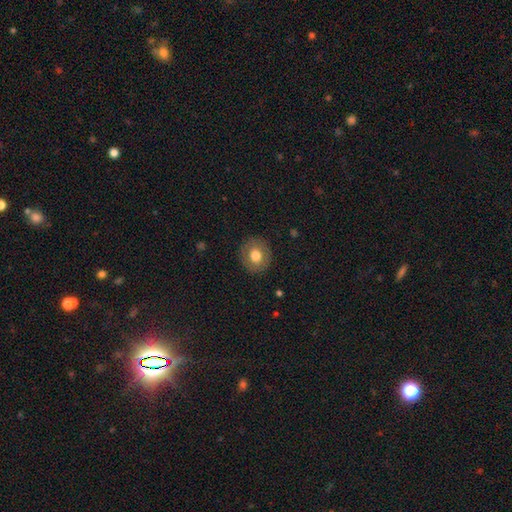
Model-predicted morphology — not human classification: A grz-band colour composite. It shows a smooth galaxy with no disk features (74%) that is round (81%). Merging: none (88%).